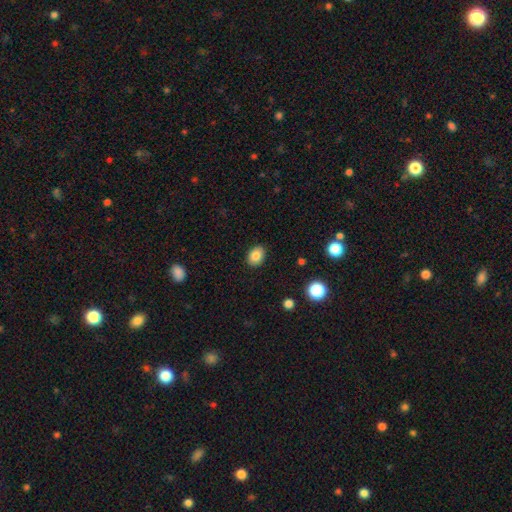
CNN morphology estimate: type=smooth (84%); roundness=in between (66%); merging=none (89%).